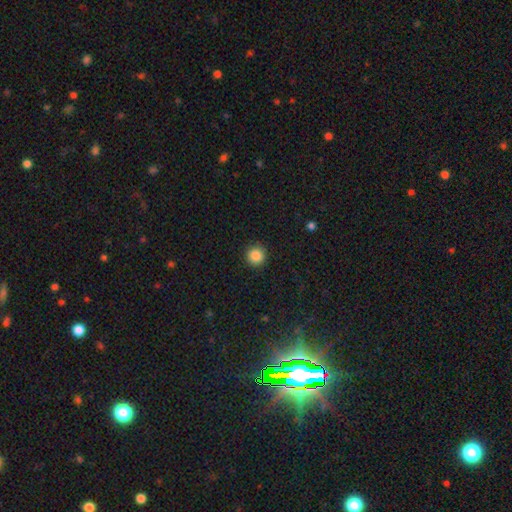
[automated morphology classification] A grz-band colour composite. It shows a smooth galaxy with no disk features (87%) that is round (95%). Merging: none (92%).